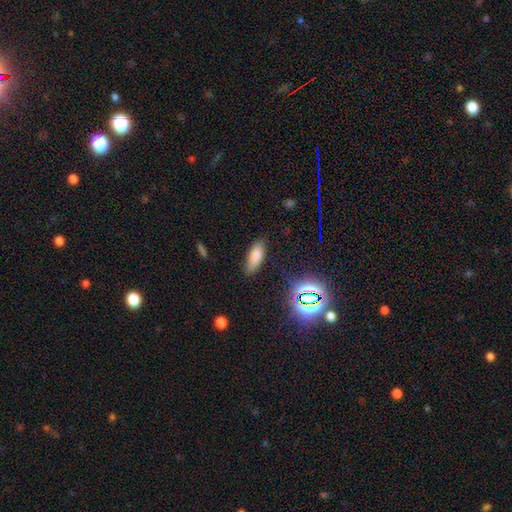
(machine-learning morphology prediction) Overall: smooth (76%). How rounded: in between (74%). Merging: none (79%).